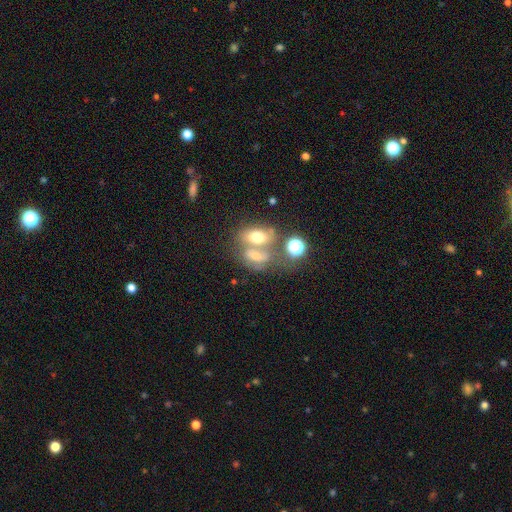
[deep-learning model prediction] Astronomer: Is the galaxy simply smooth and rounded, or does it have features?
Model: smooth — 57%.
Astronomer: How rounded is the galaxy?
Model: in between — 75%.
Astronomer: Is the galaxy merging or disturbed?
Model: merger — 57%.